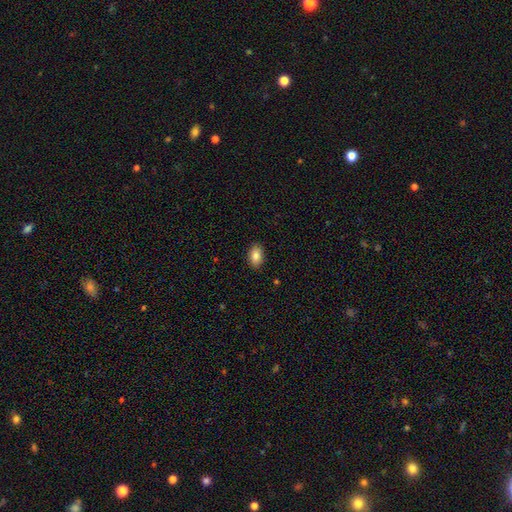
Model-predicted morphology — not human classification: smooth_or_featured: smooth (p=0.85) [alt: star or artifact p=0.08]
how_rounded: in between (p=0.91) [alt: round p=0.07]
merging: none (p=0.90) [alt: minor disturbance p=0.07]